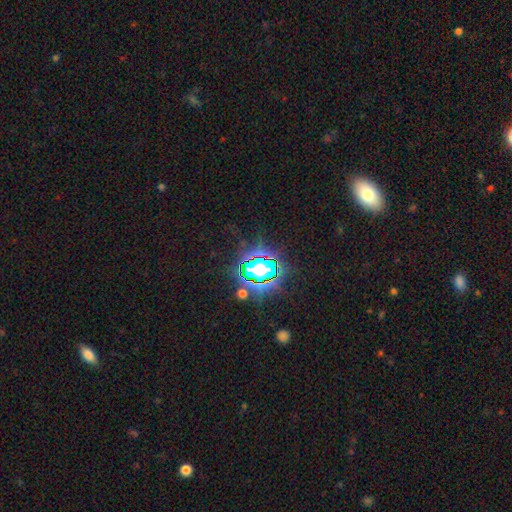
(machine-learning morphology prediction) This is likely a star or artifact rather than a galaxy (78%).